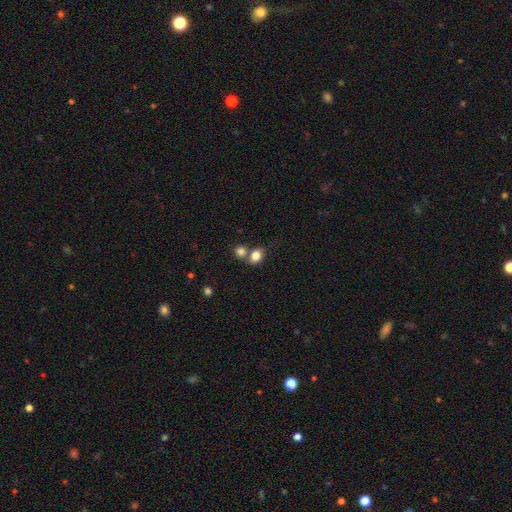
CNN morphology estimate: The model was most divided on "how rounded": in between: 50%, round: 49%, cigar-shaped: 1%. Remaining: smooth or featured — smooth (82%); merging — none (44%).